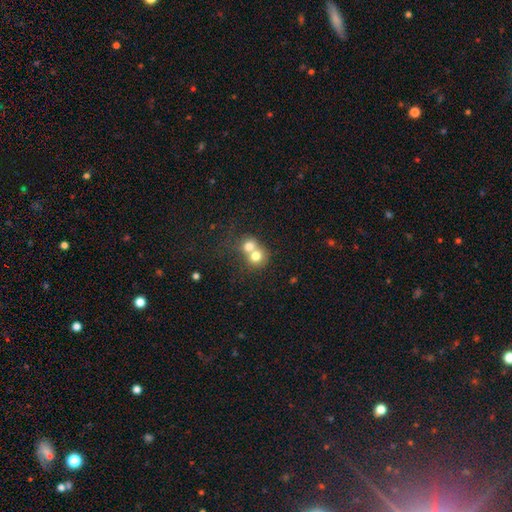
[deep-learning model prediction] A smooth galaxy with no disk features (72%) that is round (74%). Merging: merger (70%).